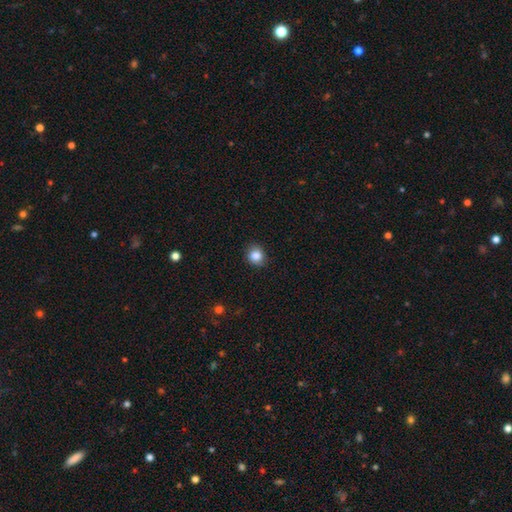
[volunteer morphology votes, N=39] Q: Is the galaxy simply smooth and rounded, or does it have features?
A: smooth — 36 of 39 (92%).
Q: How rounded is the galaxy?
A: round — 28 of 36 (78%).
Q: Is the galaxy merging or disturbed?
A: none — 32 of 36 (89%).